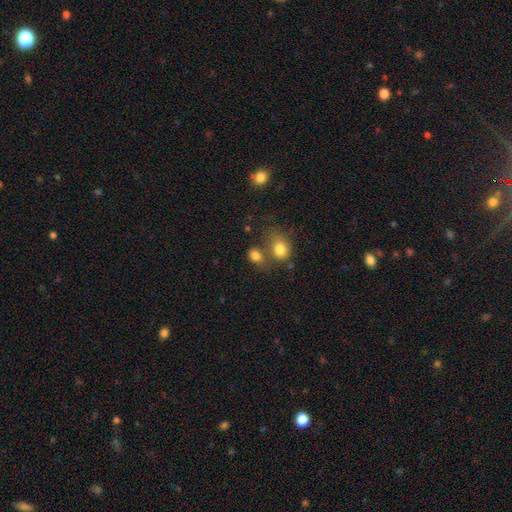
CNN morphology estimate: Overall: smooth (80%). How rounded: in between (65%; round 34%). Merging: none (44%; merger 36%).